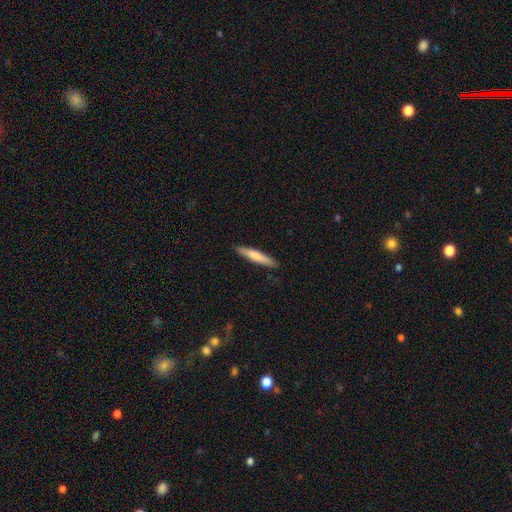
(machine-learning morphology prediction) A smooth galaxy with no disk features (74%) that is cigar-shaped (92%). Merging: none (89%).